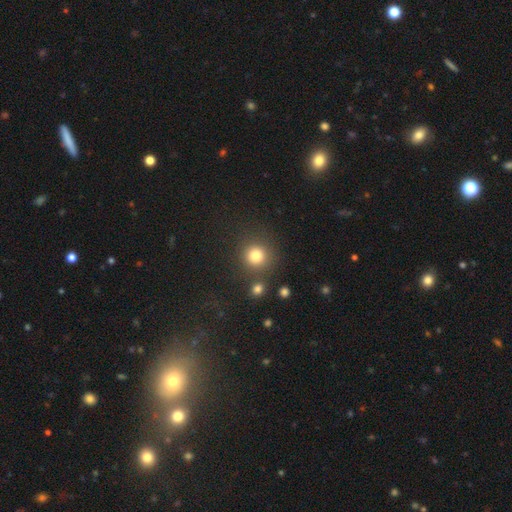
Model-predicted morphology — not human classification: smooth_or_featured: smooth (p=0.81) [alt: star or artifact p=0.13]
how_rounded: round (p=0.92) [alt: in between p=0.07]
merging: none (p=0.79) [alt: minor disturbance p=0.08]